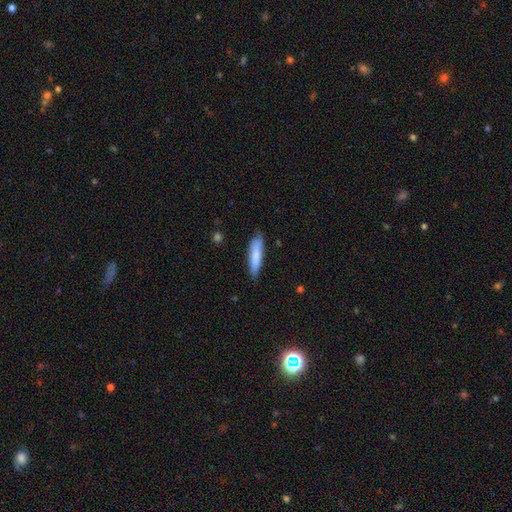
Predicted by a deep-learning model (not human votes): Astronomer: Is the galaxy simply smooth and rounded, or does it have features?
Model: smooth — 79%.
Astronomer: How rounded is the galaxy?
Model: cigar-shaped — 80%.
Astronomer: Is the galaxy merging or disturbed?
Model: none — 77%.